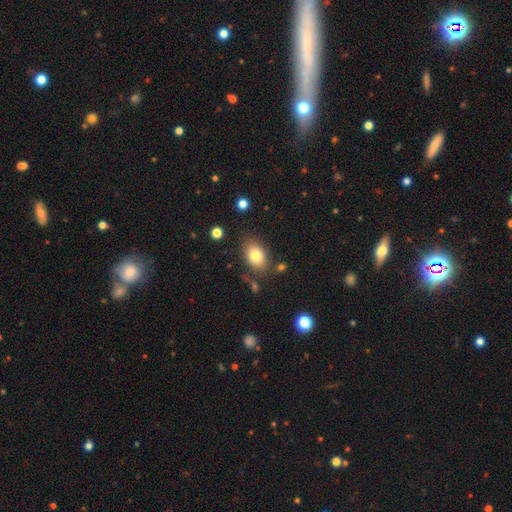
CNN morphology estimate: Smooth or featured: smooth — 80% (featured or disk — 11%)
How rounded: in between — 79% (round — 20%)
Merging: none — 78% (minor disturbance — 14%)